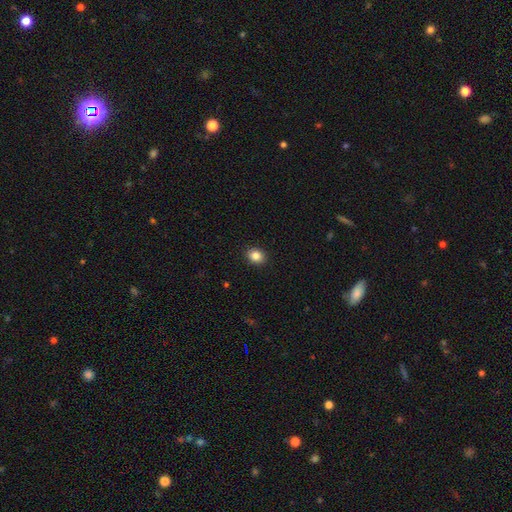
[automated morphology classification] Overall: smooth (85%). How rounded: round (58%; in between 41%). Merging: none (91%).